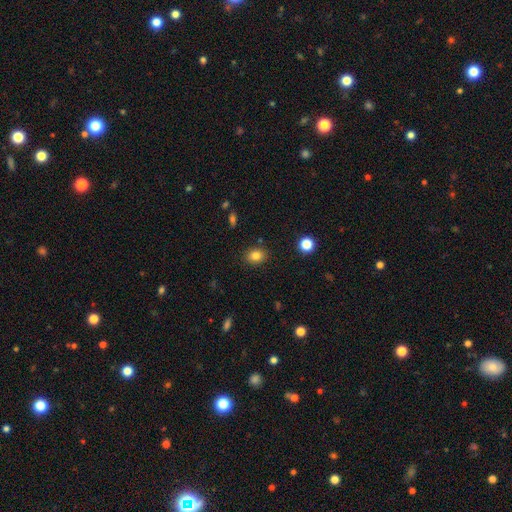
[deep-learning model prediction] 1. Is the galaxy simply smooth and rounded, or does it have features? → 83% smooth, 11% star or artifact, 6% featured or disk.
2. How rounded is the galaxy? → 56% round, 43% in between, 1% cigar-shaped.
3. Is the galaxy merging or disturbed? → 88% none, 8% minor disturbance, 2% major disturbance, 2% merger.